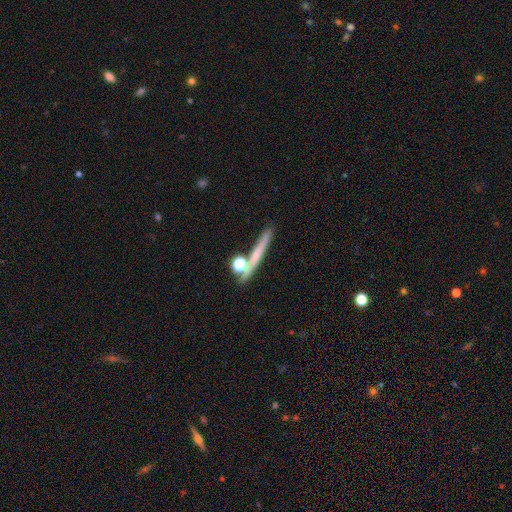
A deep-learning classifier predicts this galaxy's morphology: smooth_or_featured: smooth (p=0.55) [alt: featured or disk p=0.31]
how_rounded: cigar-shaped (p=0.70) [alt: round p=0.20]
merging: none (p=0.73) [alt: merger p=0.13]